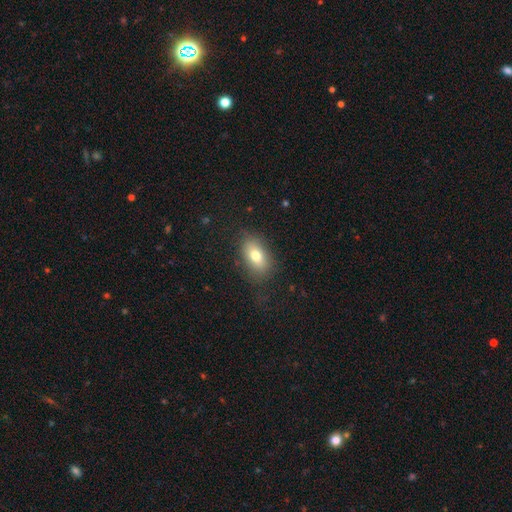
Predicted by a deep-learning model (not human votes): Q: Smooth or featured?
A: smooth (76%); runner-up: featured or disk (15%)
Q: How rounded?
A: in between (87%); runner-up: round (10%)
Q: Merging?
A: none (79%); runner-up: minor disturbance (14%)